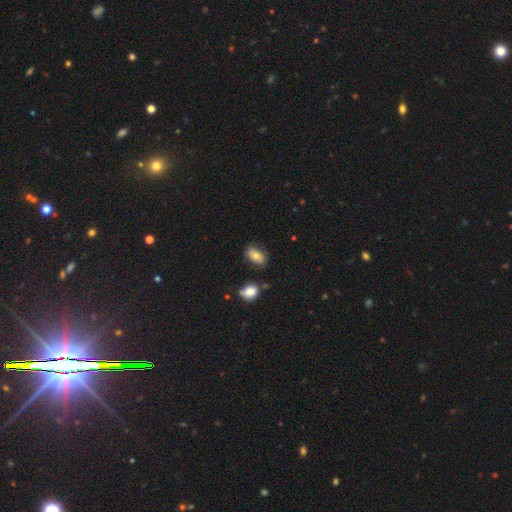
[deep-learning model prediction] Smooth or featured: smooth — 72% (featured or disk — 19%)
How rounded: in between — 88% (round — 10%)
Merging: none — 73% (minor disturbance — 18%)